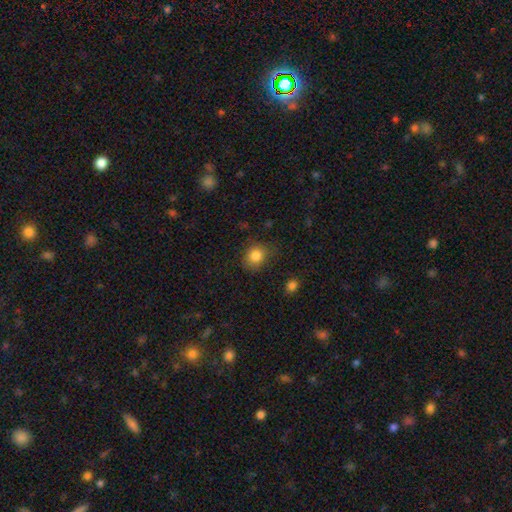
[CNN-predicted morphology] A smooth galaxy with no disk features (83%) that is round (72%). Merging: none (75%).